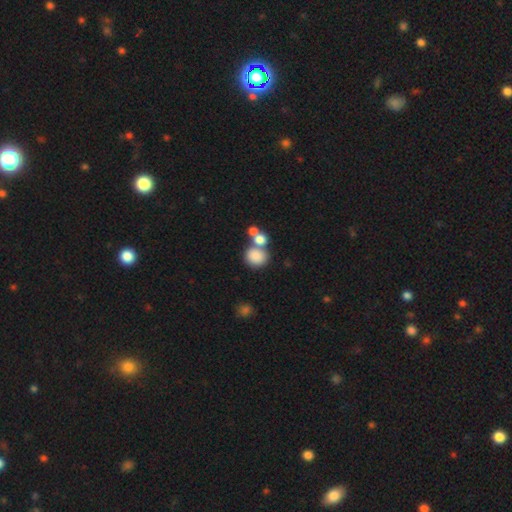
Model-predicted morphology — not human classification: Overall: smooth (82%). How rounded: round (69%; in between 30%). Merging: none (46%; merger 39%).